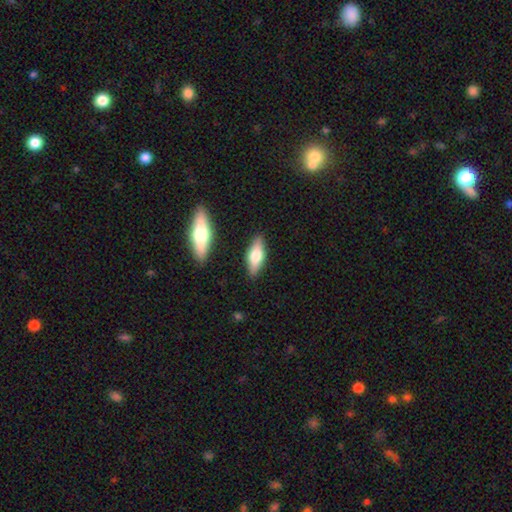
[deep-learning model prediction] smooth_or_featured: smooth (p=0.59) [alt: featured or disk p=0.35]
how_rounded: in between (p=0.66) [alt: cigar-shaped p=0.31]
merging: none (p=0.85) [alt: minor disturbance p=0.10]